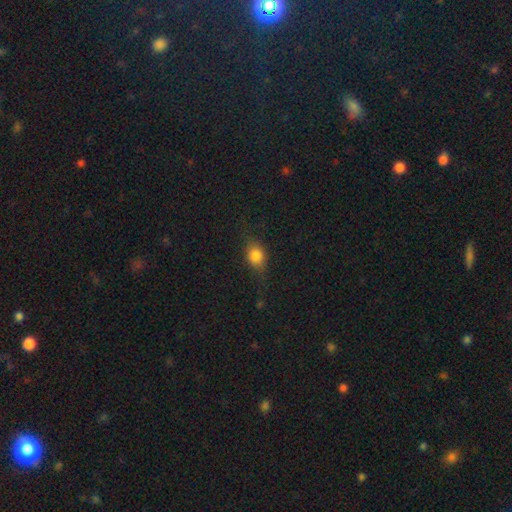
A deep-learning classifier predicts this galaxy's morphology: This is likely a smooth galaxy (76%). How rounded: possibly in between (56%). Merging: likely none (71%).